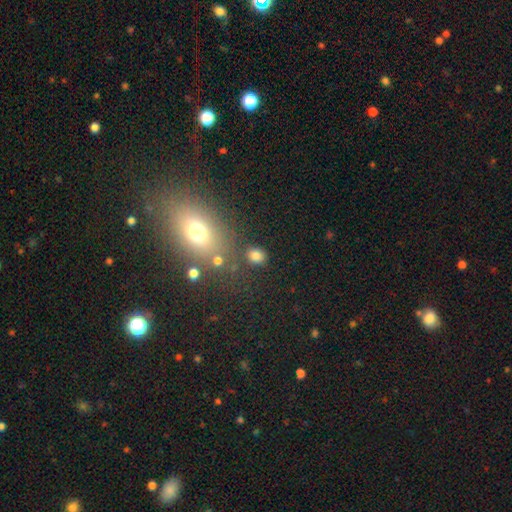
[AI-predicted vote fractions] This is likely a smooth galaxy (79%). How rounded: likely round (64%). Merging: likely none (78%).